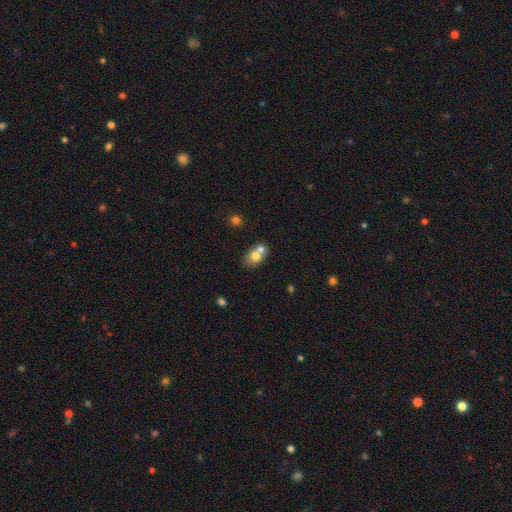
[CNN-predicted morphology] type=smooth (71%); roundness=in between (56%); merging=merger (54%).